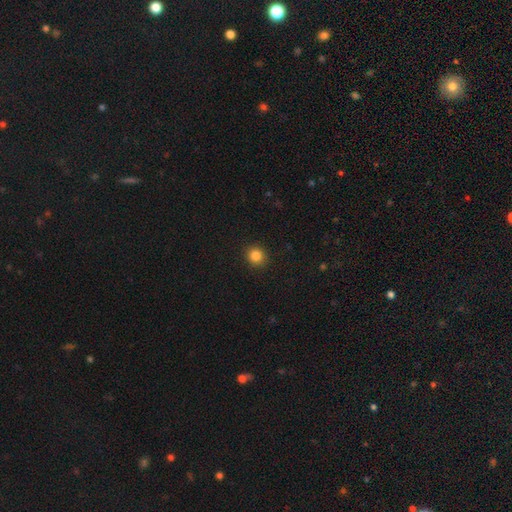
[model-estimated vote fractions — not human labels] A smooth galaxy with no disk features (85%) that is round (89%). Merging: none (92%).